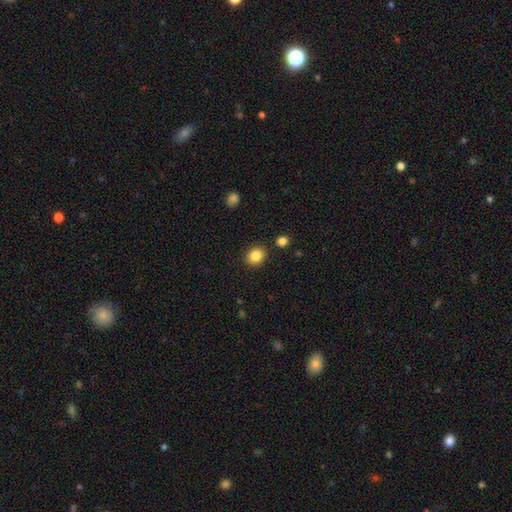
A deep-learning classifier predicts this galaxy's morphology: type=smooth (86%); roundness=round (66%); merging=none (88%).